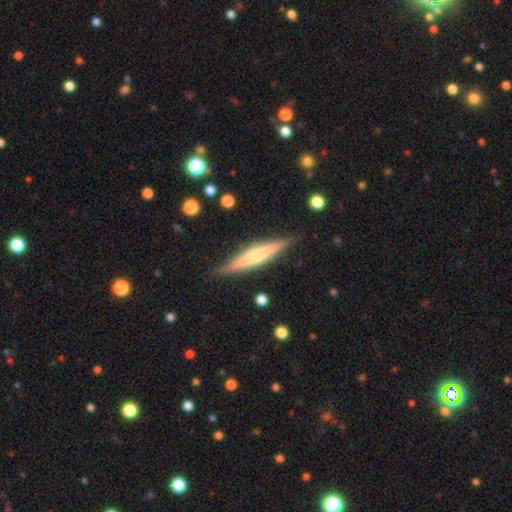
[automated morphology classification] A featured or disk galaxy (55%) viewed edge-on (95%) with a rounded central bulge (60%). Merging: none (87%).